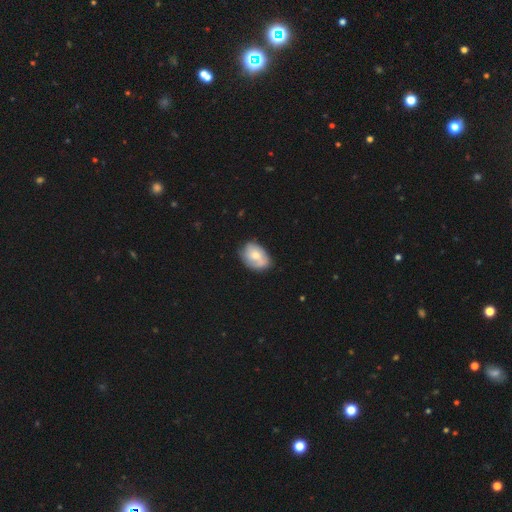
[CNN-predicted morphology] This appears to be a smooth galaxy with no disk features (58%) that is in between round and cigar-shaped (76%). Merging: none (63%).